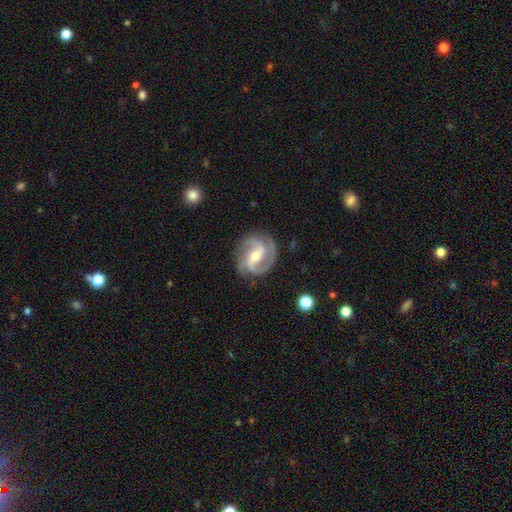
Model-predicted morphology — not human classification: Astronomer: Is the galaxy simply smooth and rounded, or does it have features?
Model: featured or disk — 90%.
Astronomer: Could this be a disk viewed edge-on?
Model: no — 98%.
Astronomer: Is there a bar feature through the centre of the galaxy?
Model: weak — 42% (runner-up: strong, 33%).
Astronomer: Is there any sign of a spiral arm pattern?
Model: yes — 97%.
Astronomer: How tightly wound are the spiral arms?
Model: medium — 53%.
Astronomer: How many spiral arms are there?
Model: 2 — 66%.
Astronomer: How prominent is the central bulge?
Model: moderate — 55% (runner-up: small, 41%).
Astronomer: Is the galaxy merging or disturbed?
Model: none — 80%.